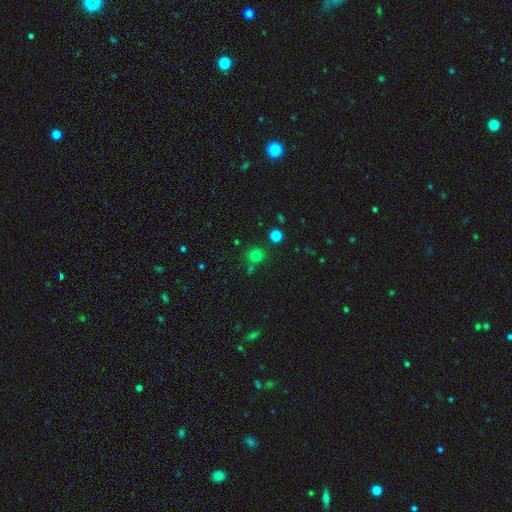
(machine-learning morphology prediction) Overall: smooth (74%). How rounded: round (90%). Merging: none (73%).